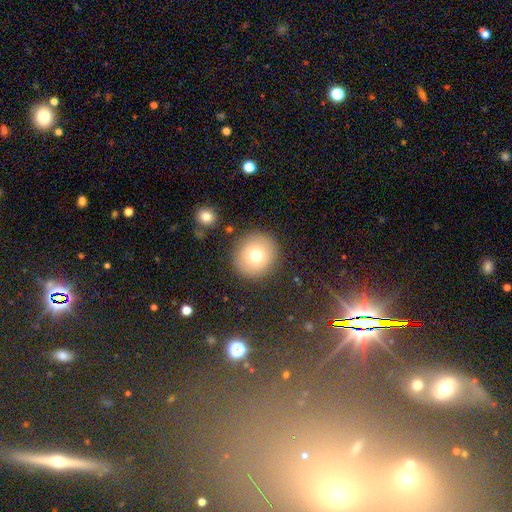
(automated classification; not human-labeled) A smooth galaxy with no disk features (72%) that is round (91%). Merging: none (87%).